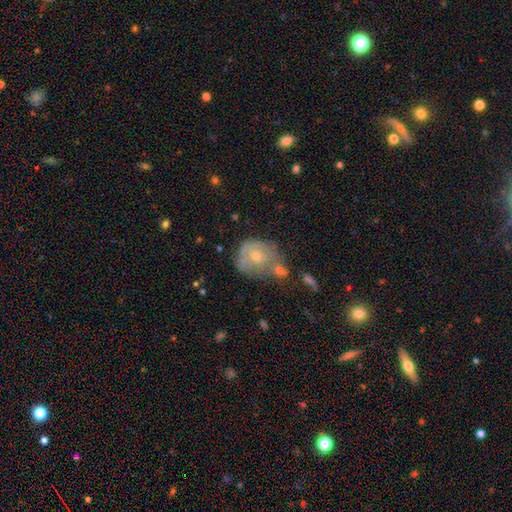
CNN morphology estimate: featured or disk 48%, smooth 43%, star or artifact 8%. Down the decision tree: merging — none (38%).